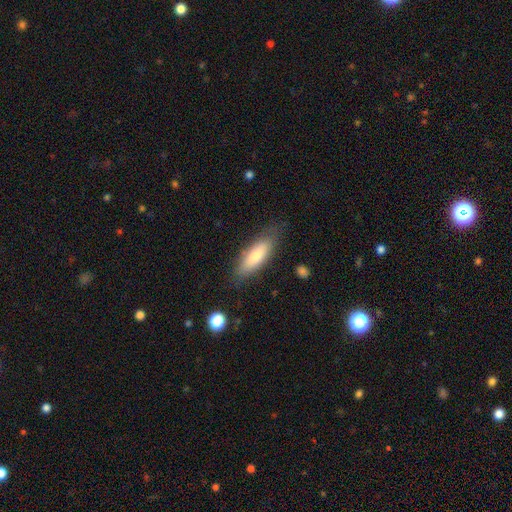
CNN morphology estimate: Smooth or featured? Predicted: smooth (p=0.74). How rounded? Predicted: in between (p=0.55). Merging? Predicted: none (p=0.79).